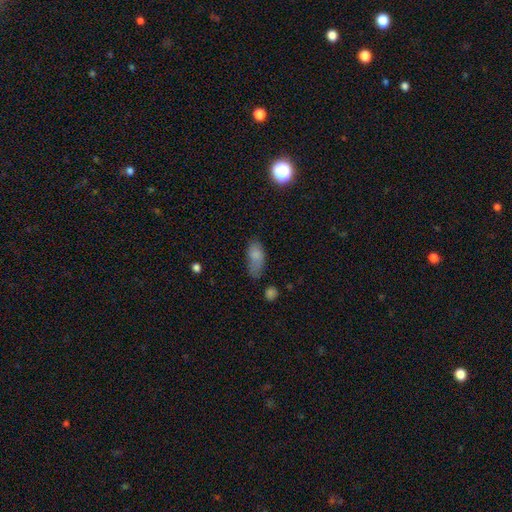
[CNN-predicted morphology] Smooth or featured? Predicted: smooth (p=0.78). How rounded? Predicted: in between (p=0.85). Merging? Predicted: none (p=0.42).